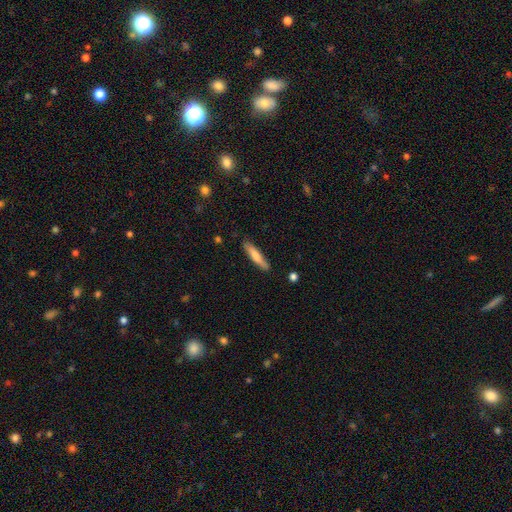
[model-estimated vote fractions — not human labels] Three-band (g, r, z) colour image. It shows a smooth galaxy with no disk features (72%) that is cigar-shaped (87%). Merging: none (85%).